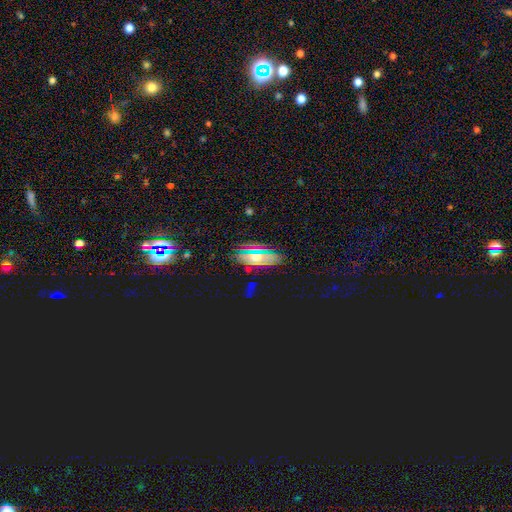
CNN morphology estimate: Q: Smooth or featured?
A: smooth (45%); runner-up: star or artifact (28%)
Q: Merging?
A: none (81%); runner-up: minor disturbance (12%)